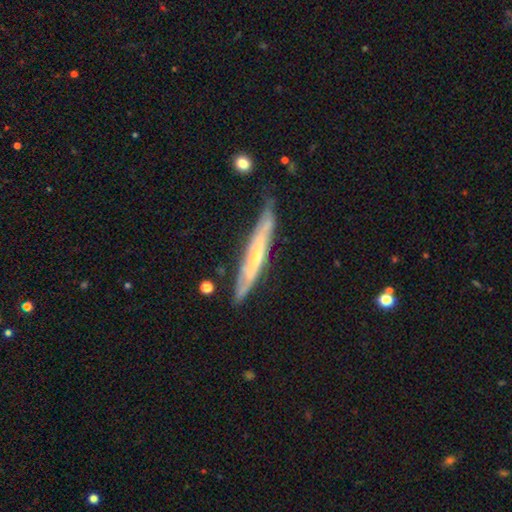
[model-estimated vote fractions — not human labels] Smooth or featured? featured or disk (65%)
Edge-on disk? yes (76%)
Merging? none (73%)